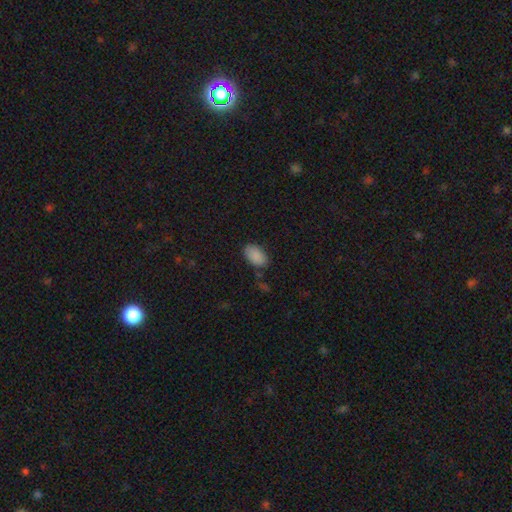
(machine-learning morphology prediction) This appears to be a smooth galaxy with no disk features (88%) that is in between round and cigar-shaped (92%). Merging: none (78%).